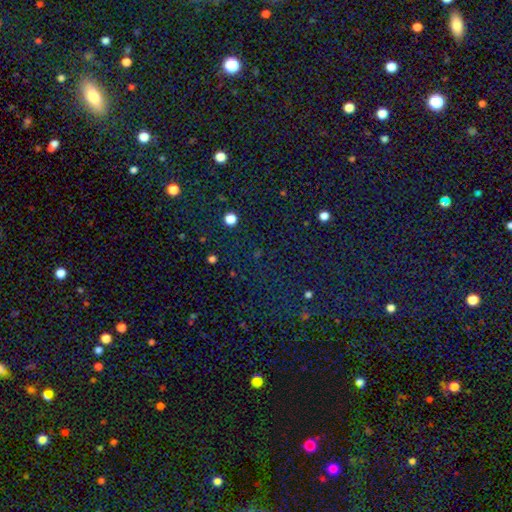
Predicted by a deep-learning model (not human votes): This appears to be a star or artifact, not a galaxy (74%).